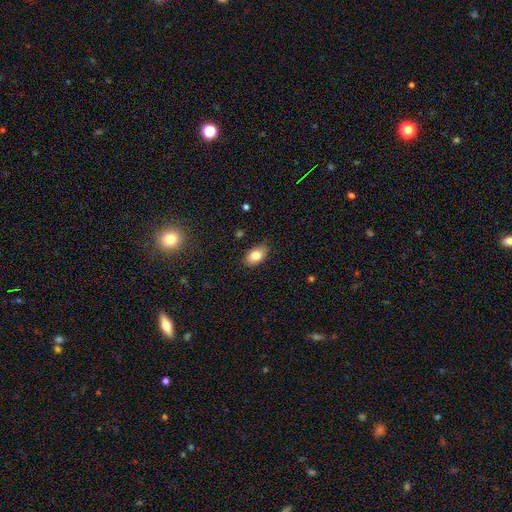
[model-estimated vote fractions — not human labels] smooth 82%, featured or disk 10%, star or artifact 8%. Down the decision tree: how rounded — in between (89%); merging — none (85%).